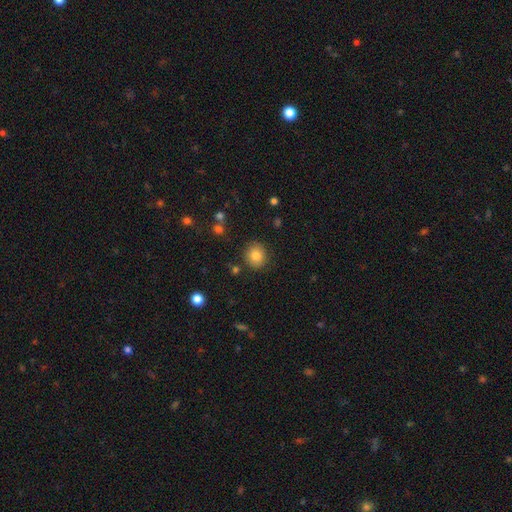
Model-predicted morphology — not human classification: Smooth or featured: smooth — 82% (star or artifact — 10%)
How rounded: round — 80% (in between — 19%)
Merging: none — 87% (minor disturbance — 8%)